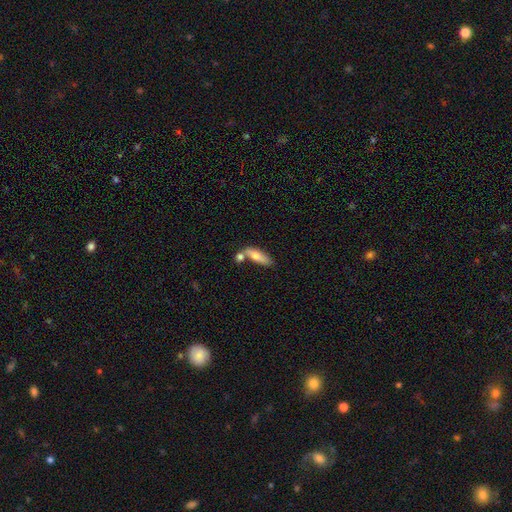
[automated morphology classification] A smooth galaxy with no disk features (70%) that is in between round and cigar-shaped (53%). Merging: none (52%).